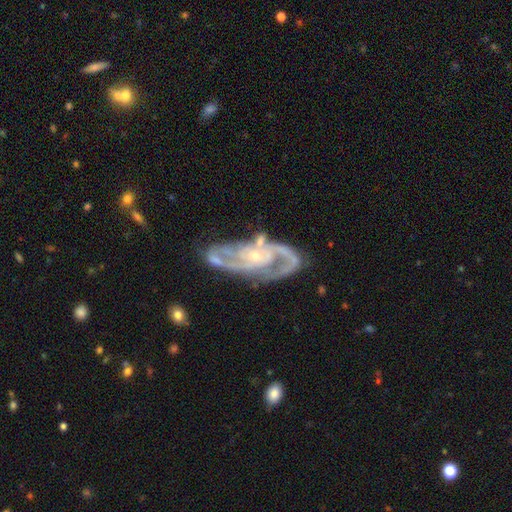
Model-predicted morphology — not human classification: Smooth or featured? Predicted: featured or disk (p=0.90). Edge-on disk? Predicted: no (p=0.94). Bar? Predicted: no (p=0.60). Spiral arms? Predicted: yes (p=0.96). Spiral winding? Predicted: medium (p=0.48). Spiral arm count? Predicted: 2 (p=0.61). Bulge size? Predicted: small (p=0.76). Merging? Predicted: none (p=0.63).